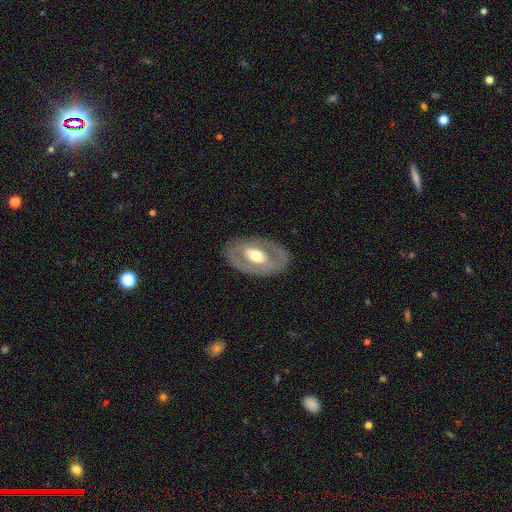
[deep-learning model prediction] smooth-or-featured: featured or disk: 62% | smooth: 33% | star or artifact: 5%
  disk-edge-on: no: 90% | yes: 10%
    bar: no: 64% | weak: 23% | strong: 13%
    has-spiral-arms: no: 79% | yes: 21%
    bulge-size: moderate: 65% | large: 21% | small: 11% | dominant: 2% | none: 1%
  merging: none: 82% | minor disturbance: 12% | major disturbance: 6% | merger: 1%